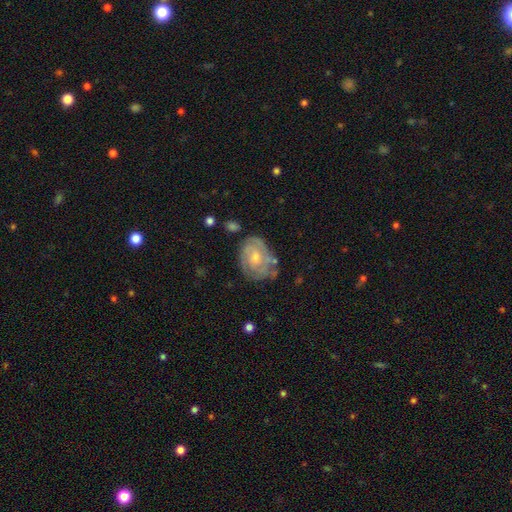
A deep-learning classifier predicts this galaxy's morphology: Overall: featured or disk (65%; smooth 27%). Edge-on disk: no (96%). Bar: no (72%). Spiral arms: yes (75%). Bulge size: moderate (51%; small 43%). Merging: none (62%; minor disturbance 25%).